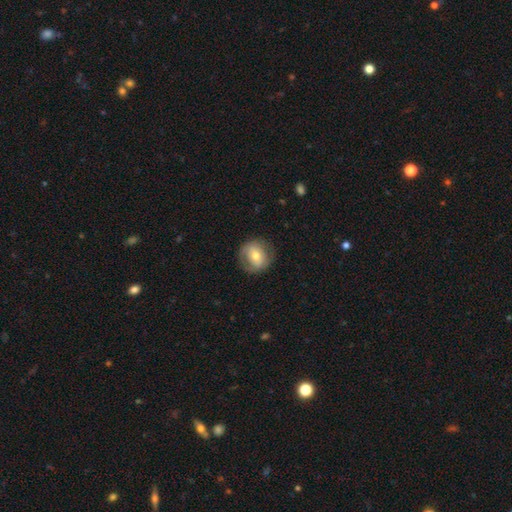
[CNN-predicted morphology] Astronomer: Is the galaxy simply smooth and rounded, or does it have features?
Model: smooth — 57% (runner-up: featured or disk, 36%).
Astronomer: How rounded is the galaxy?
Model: round — 80%.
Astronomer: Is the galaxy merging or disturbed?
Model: none — 76%.